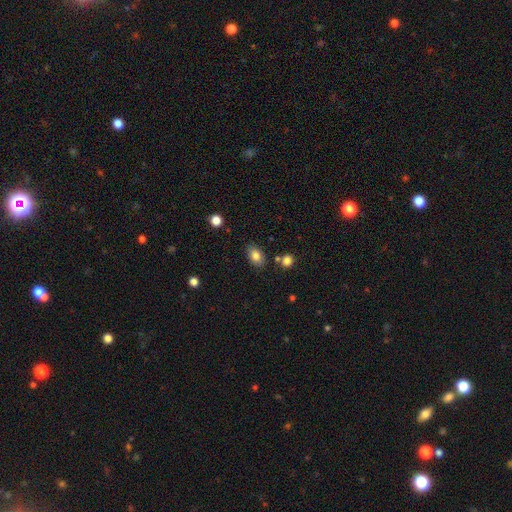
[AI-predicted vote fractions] Smooth or featured? Predicted: smooth (p=0.82). How rounded? Predicted: in between (p=0.83). Merging? Predicted: none (p=0.80).